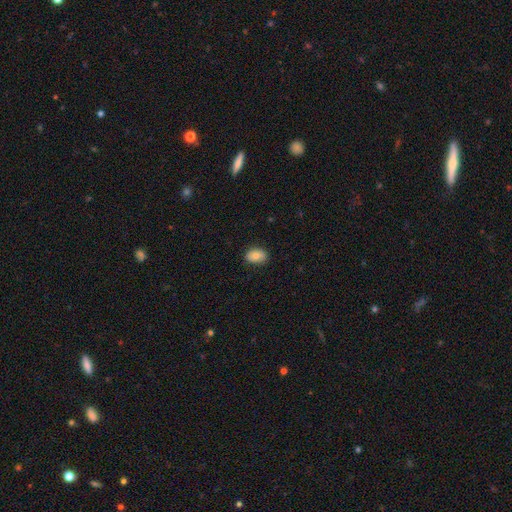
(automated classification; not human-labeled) smooth_or_featured: smooth (p=0.80) [alt: featured or disk p=0.12]
how_rounded: in between (p=0.79) [alt: round p=0.20]
merging: none (p=0.85) [alt: minor disturbance p=0.12]